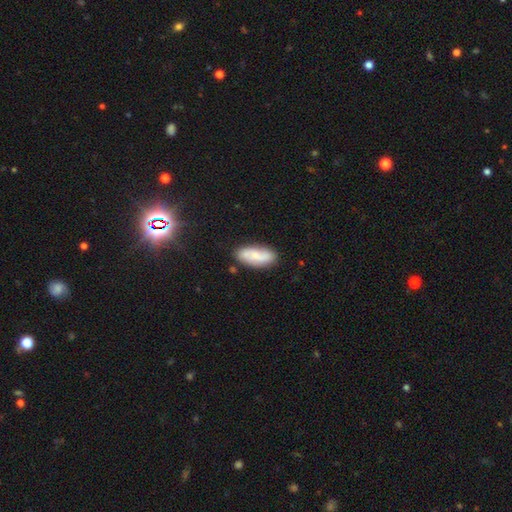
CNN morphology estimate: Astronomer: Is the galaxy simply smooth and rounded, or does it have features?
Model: smooth — 59%.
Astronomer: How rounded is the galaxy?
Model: in between — 79%.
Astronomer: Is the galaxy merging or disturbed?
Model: none — 79%.